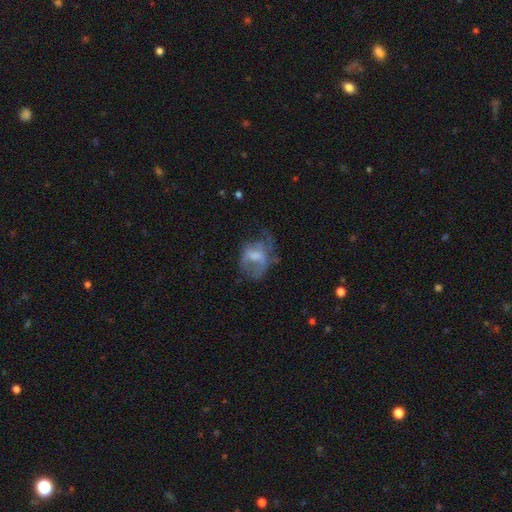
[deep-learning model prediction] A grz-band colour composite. It shows a featured or disk galaxy (47%). Merging: major disturbance (44%).